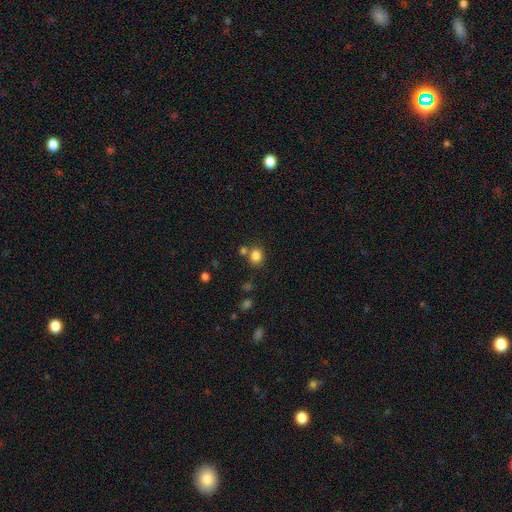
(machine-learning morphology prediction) smooth-or-featured: smooth: 82% | star or artifact: 12% | featured or disk: 6%
  how-rounded: round: 73% | in between: 26% | cigar-shaped: 1%
  merging: none: 69% | merger: 17% | minor disturbance: 10% | major disturbance: 4%